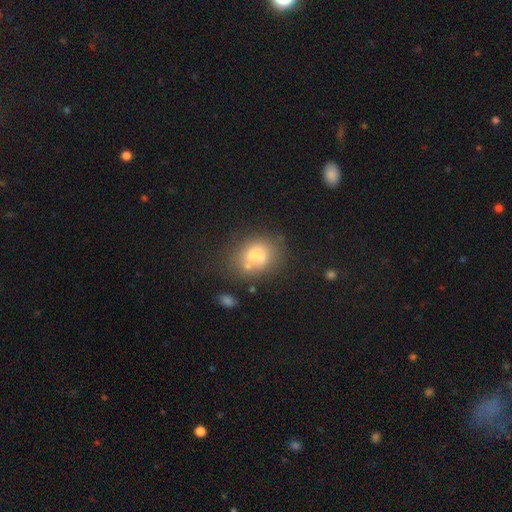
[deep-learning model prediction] smooth_or_featured: smooth (p=0.66) [alt: featured or disk p=0.23]
how_rounded: in between (p=0.50) [alt: round p=0.48]
merging: none (p=0.44) [alt: merger p=0.29]